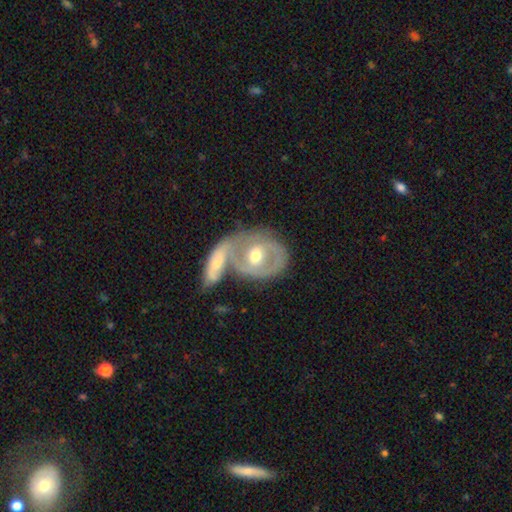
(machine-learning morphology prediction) smooth-or-featured: featured or disk: 69% | smooth: 25% | star or artifact: 5%
  disk-edge-on: no: 94% | yes: 6%
    bar: no: 52% | weak: 34% | strong: 14%
    has-spiral-arms: yes: 62% | no: 38%
    bulge-size: moderate: 74% | small: 18% | large: 6% | none: 1% | dominant: 1%
  merging: merger: 44% | none: 34% | minor disturbance: 13% | major disturbance: 8%